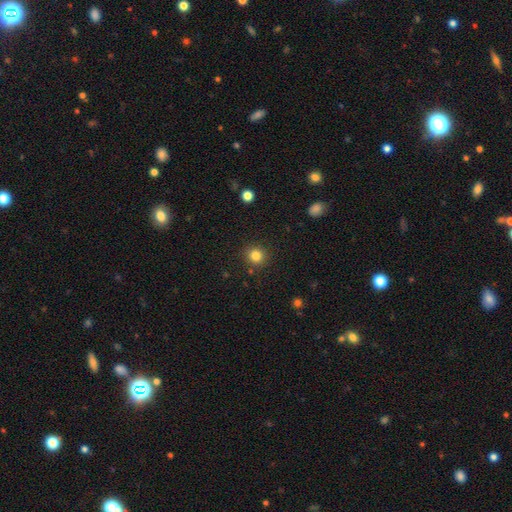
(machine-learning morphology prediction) Smooth or featured? smooth (83%)
How rounded? round (92%)
Merging? none (89%)